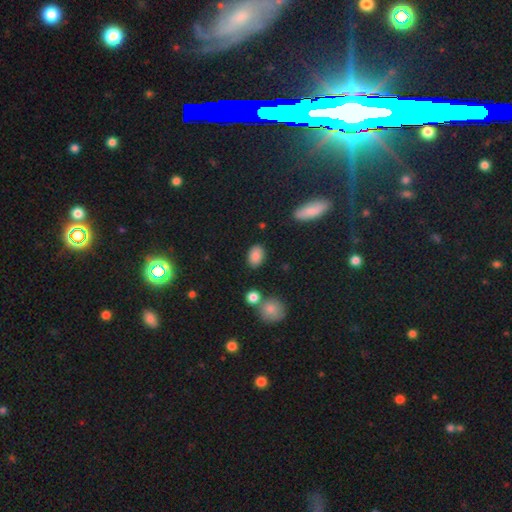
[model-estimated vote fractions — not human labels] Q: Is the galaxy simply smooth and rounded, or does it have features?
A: smooth — 86%.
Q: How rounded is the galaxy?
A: in between — 86%.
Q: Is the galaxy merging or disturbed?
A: none — 83%.